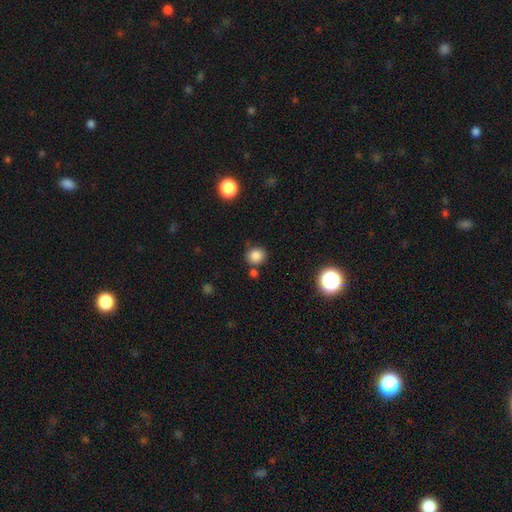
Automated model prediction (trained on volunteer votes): This is clearly a smooth galaxy (83%). How rounded: clearly round (84%). Merging: likely none (76%).